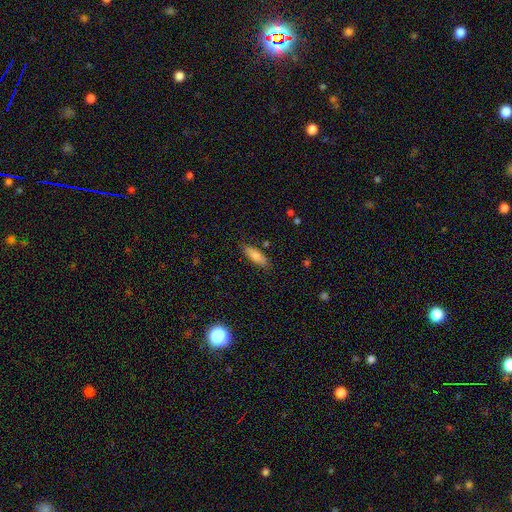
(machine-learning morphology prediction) Smooth or featured? smooth (80%)
How rounded? in between (50%)
Merging? none (85%)